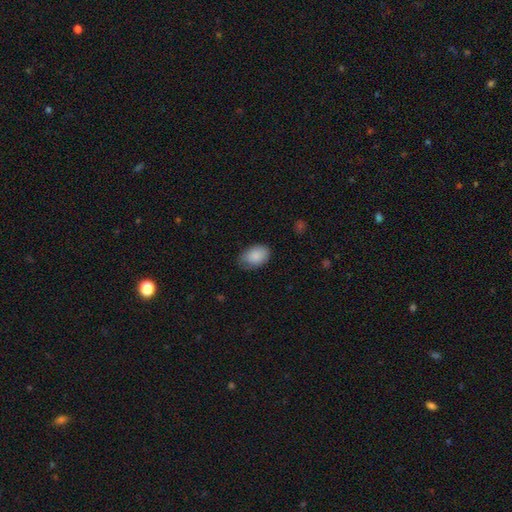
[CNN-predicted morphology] Smooth or featured?
  - smooth: 87% *
  - star or artifact: 7%
  - featured or disk: 6%
How rounded?
  - in between: 86% *
  - round: 13%
  - cigar-shaped: 1%
Merging?
  - none: 67% *
  - minor disturbance: 27%
  - major disturbance: 5%
  - merger: 1%